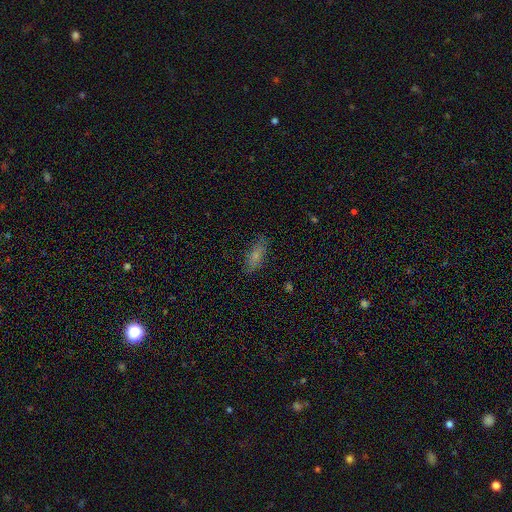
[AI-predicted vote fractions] Smooth or featured: smooth — 69% (featured or disk — 21%)
How rounded: in between — 77% (cigar-shaped — 20%)
Merging: none — 75% (minor disturbance — 19%)